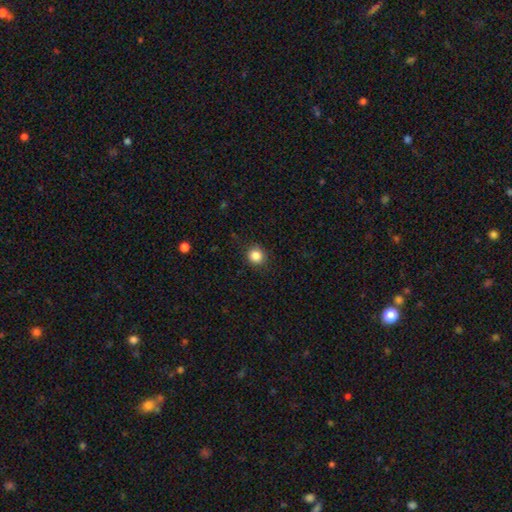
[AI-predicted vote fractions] Q: Smooth or featured?
A: smooth (85%); runner-up: star or artifact (11%)
Q: How rounded?
A: round (88%); runner-up: in between (11%)
Q: Merging?
A: none (89%); runner-up: minor disturbance (8%)